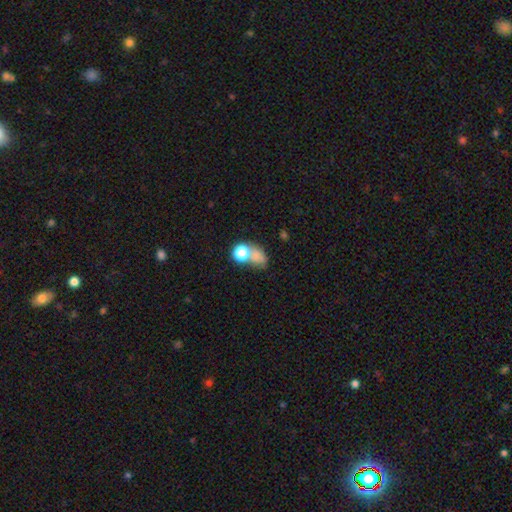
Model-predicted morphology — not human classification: Smooth or featured?
  - smooth: 69% *
  - star or artifact: 19%
  - featured or disk: 13%
How rounded?
  - in between: 57% *
  - round: 41%
  - cigar-shaped: 2%
Merging?
  - none: 35% * (tied)
  - merger: 35% * (tied)
  - minor disturbance: 15%
  - major disturbance: 15%